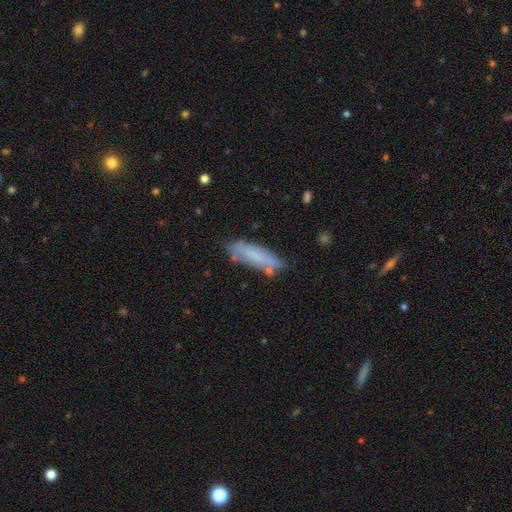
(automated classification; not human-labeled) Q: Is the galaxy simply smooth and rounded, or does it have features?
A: smooth — 61%.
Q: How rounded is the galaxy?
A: cigar-shaped — 53%.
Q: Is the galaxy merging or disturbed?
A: none — 62%.